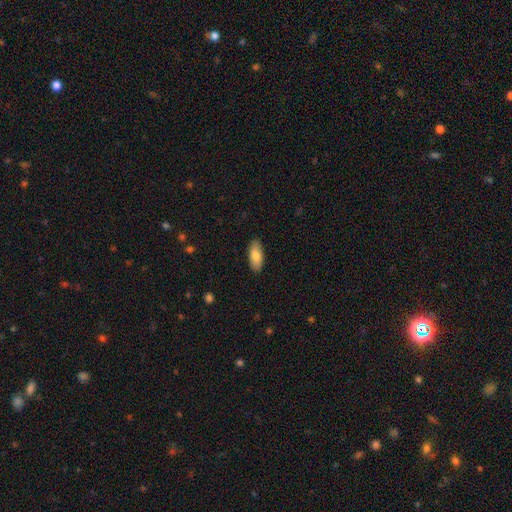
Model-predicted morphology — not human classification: Smooth or featured? smooth (81%)
How rounded? in between (85%)
Merging? none (89%)